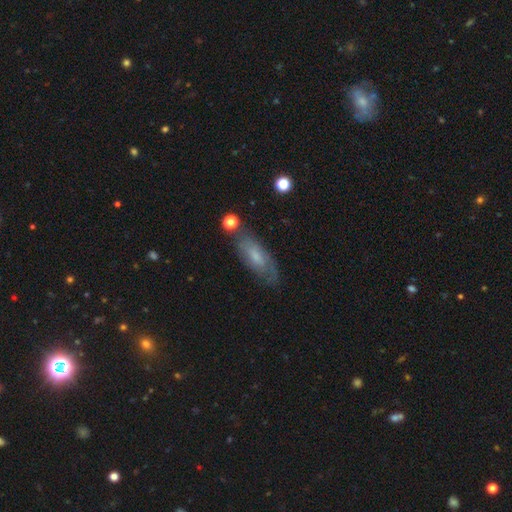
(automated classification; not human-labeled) Smooth or featured? Predicted: featured or disk (p=0.49). Merging? Predicted: none (p=0.70).